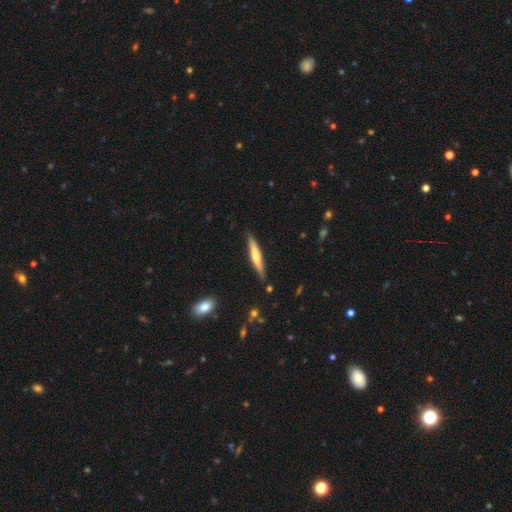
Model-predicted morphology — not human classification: A featured or disk galaxy (48%).

Vote fractions:
- Smooth or featured? featured or disk: 48% / smooth: 47% / star or artifact: 6%
- Merging? none: 86% / minor disturbance: 10% / major disturbance: 2% / merger: 2%